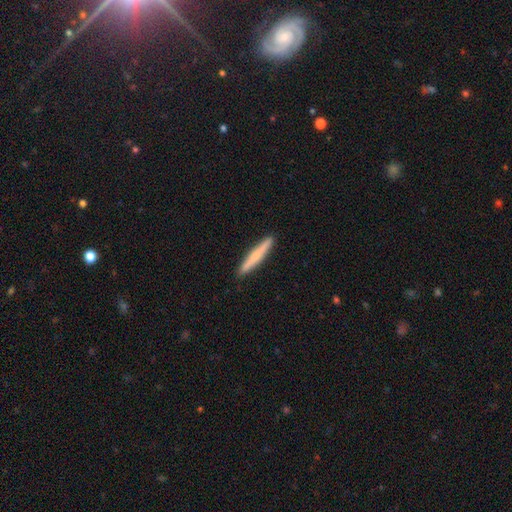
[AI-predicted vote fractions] smooth_or_featured: smooth (p=0.65) [alt: featured or disk p=0.30]
how_rounded: cigar-shaped (p=0.95) [alt: in between p=0.03]
merging: none (p=0.92) [alt: minor disturbance p=0.06]